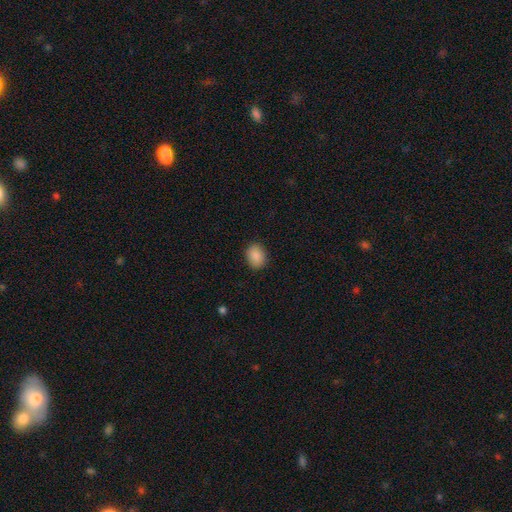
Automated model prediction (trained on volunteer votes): A smooth galaxy with no disk features (88%) that is in between round and cigar-shaped (61%).

Vote fractions:
- Smooth or featured? smooth: 88% / star or artifact: 8% / featured or disk: 4%
- How rounded? in between: 61% / round: 38% / cigar-shaped: 1%
- Merging? none: 89% / minor disturbance: 8% / major disturbance: 2% / merger: 1%